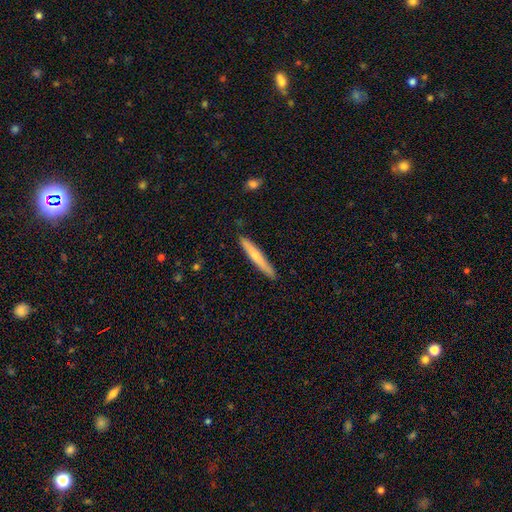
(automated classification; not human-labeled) Smooth or featured: smooth — 59% (featured or disk — 36%)
How rounded: cigar-shaped — 95% (in between — 4%)
Merging: none — 88% (minor disturbance — 9%)